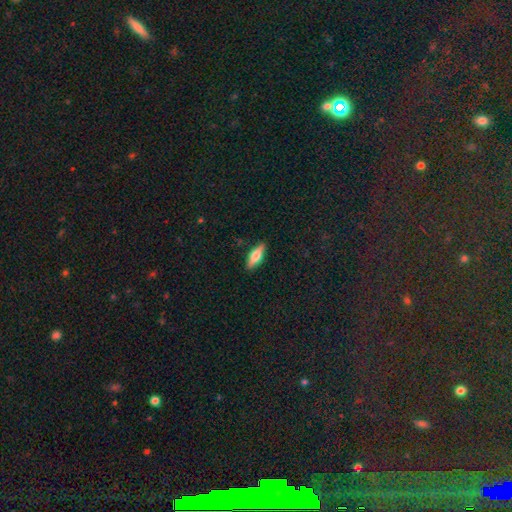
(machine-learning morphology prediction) type=smooth (54%); roundness=cigar-shaped (52%); merging=none (88%).